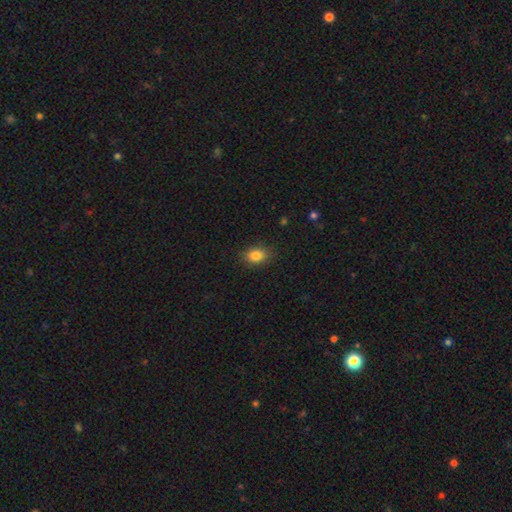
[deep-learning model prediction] A smooth galaxy with no disk features (84%) that is in between round and cigar-shaped (79%).

Vote fractions:
- Smooth or featured? smooth: 84% / star or artifact: 10% / featured or disk: 6%
- How rounded? in between: 79% / round: 19% / cigar-shaped: 2%
- Merging? none: 86% / minor disturbance: 11% / major disturbance: 3% / merger: 1%